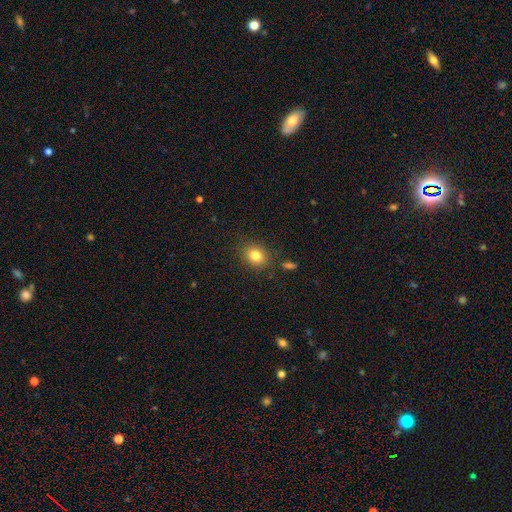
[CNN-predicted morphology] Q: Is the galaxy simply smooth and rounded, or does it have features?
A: smooth — 81%.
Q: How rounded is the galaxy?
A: round — 63%.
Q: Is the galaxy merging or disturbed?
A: none — 85%.